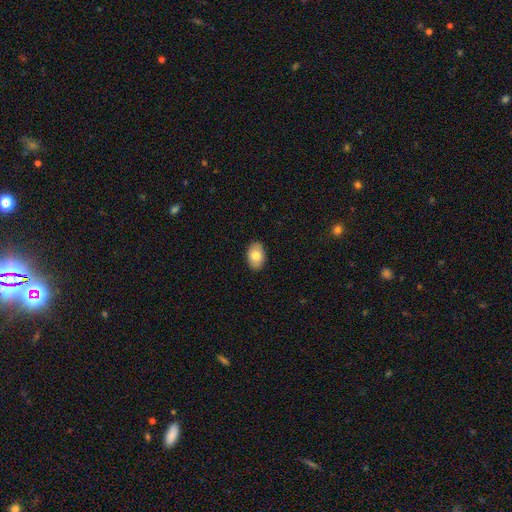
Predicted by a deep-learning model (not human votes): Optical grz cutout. It shows a smooth galaxy with no disk features (79%) that is in between round and cigar-shaped (89%). Merging: none (89%).